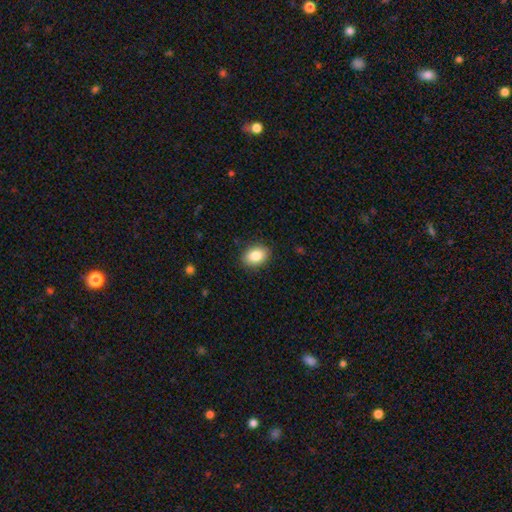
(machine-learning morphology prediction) Smooth or featured?
  - smooth: 85% *
  - star or artifact: 8%
  - featured or disk: 7%
How rounded?
  - in between: 73% *
  - round: 26%
  - cigar-shaped: 1%
Merging?
  - none: 88% *
  - minor disturbance: 9%
  - major disturbance: 2%
  - merger: 1%